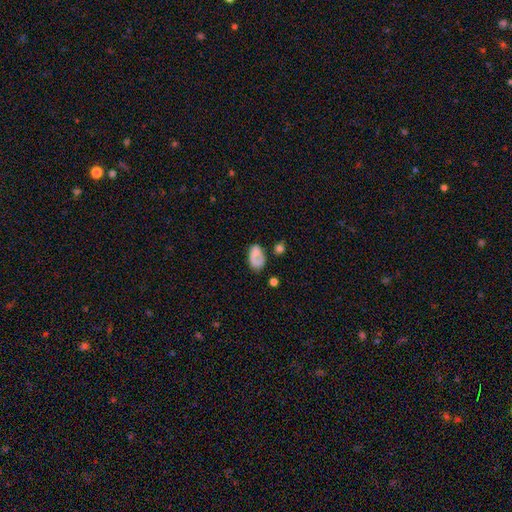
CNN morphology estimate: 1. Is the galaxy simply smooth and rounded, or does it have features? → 63% smooth, 27% featured or disk, 10% star or artifact.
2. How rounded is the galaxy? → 86% in between, 12% round, 2% cigar-shaped.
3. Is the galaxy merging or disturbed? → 47% none, 25% minor disturbance, 17% major disturbance, 11% merger.